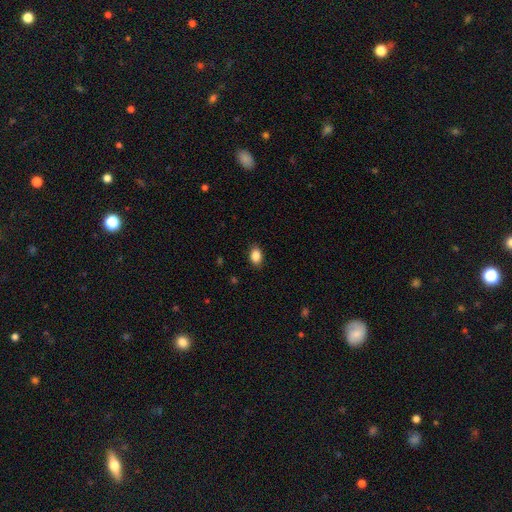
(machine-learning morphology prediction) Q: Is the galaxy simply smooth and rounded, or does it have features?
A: smooth — 88%.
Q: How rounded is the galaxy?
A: in between — 80%.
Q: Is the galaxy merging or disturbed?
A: none — 86%.